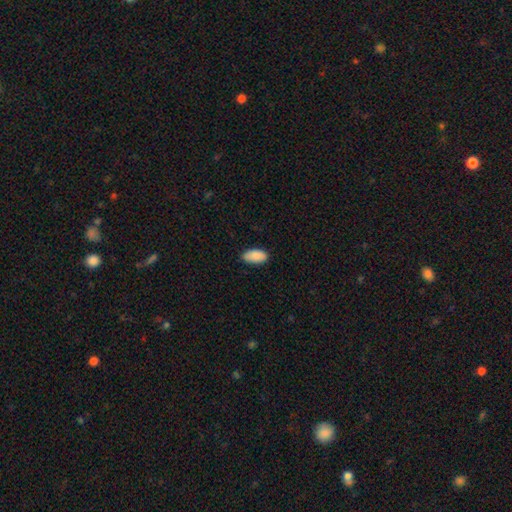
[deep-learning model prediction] Smooth or featured? Predicted: smooth (p=0.88). How rounded? Predicted: in between (p=0.94). Merging? Predicted: none (p=0.82).